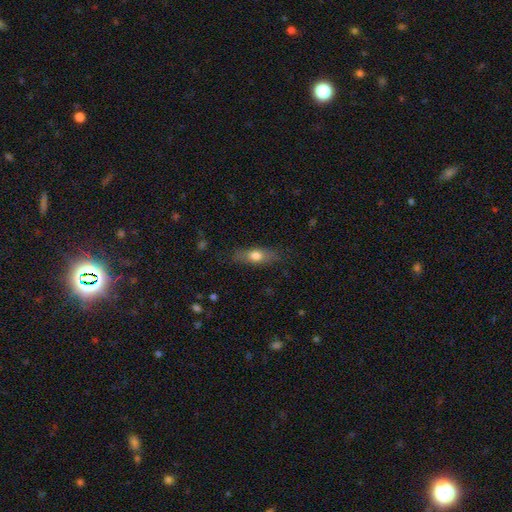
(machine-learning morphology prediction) A smooth galaxy with no disk features (68%) that is in between round and cigar-shaped (59%). Merging: none (80%).